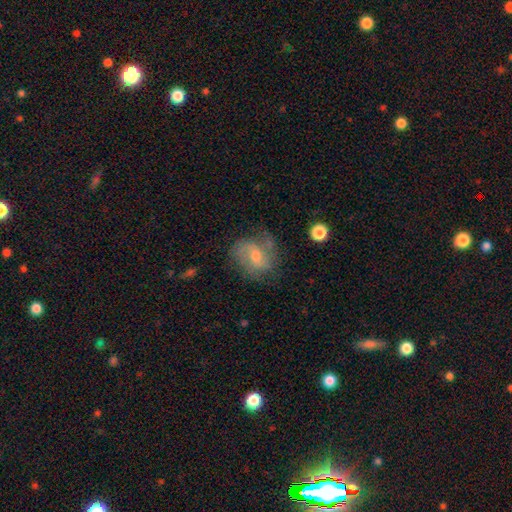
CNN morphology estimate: This is likely a featured or disk galaxy (65%). It is clearly not viewed edge-on (97%). Bar: possibly weak (46%). Spiral arm pattern: clearly yes (86%). Spiral arm count: likely 2 (63%). Spiral winding: marginally medium (45%). Central bulge: possibly moderate (51%). Merging: likely none (62%).